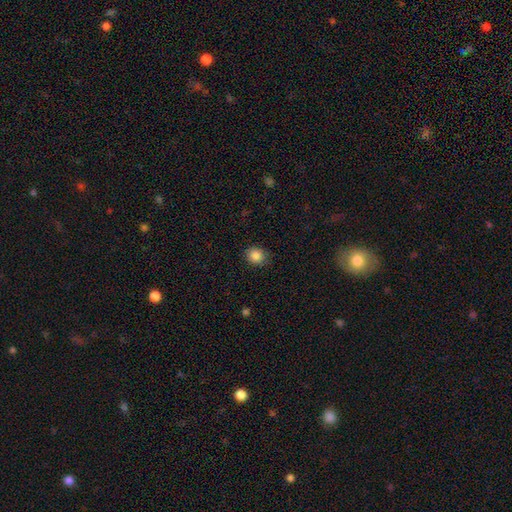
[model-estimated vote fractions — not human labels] This is clearly a smooth galaxy (86%). How rounded: likely round (74%). Merging: clearly none (86%).